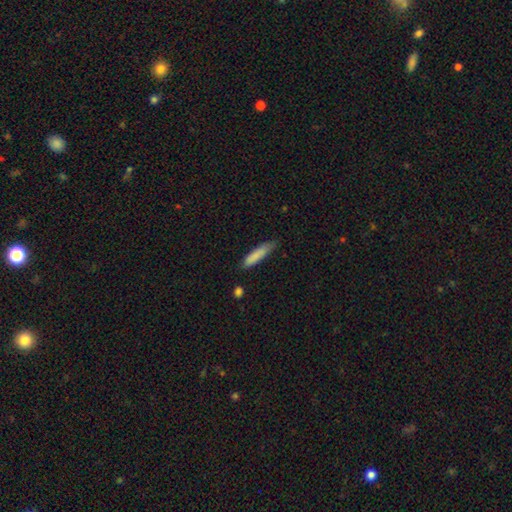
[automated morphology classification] This appears to be a smooth galaxy with no disk features (84%) that is cigar-shaped (80%). Merging: none (71%).